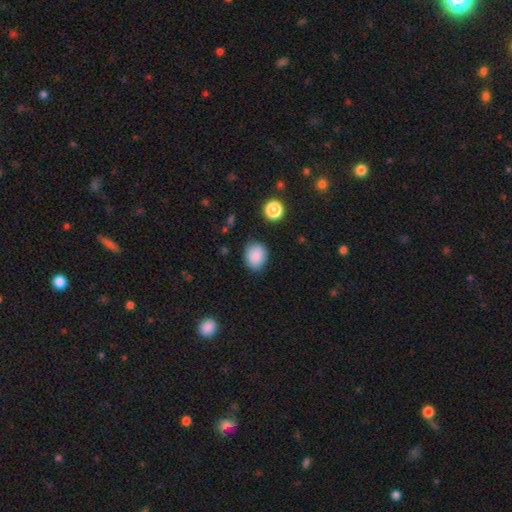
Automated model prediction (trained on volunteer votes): This is clearly a smooth galaxy (87%). How rounded: possibly round (53%). Merging: clearly none (83%).